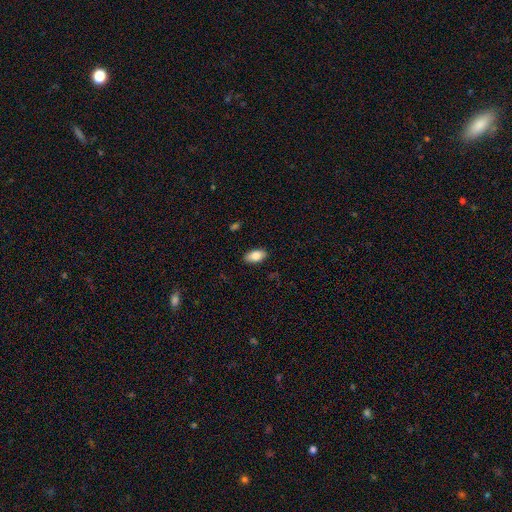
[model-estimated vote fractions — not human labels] Smooth or featured? Predicted: smooth (p=0.82). How rounded? Predicted: in between (p=0.92). Merging? Predicted: none (p=0.88).